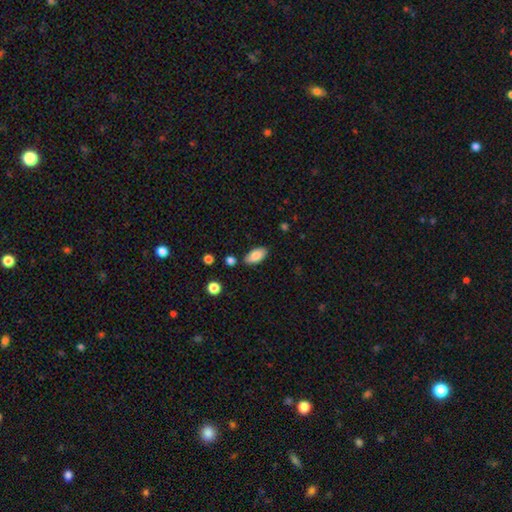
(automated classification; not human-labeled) The model was most divided on "merging": none: 82%, minor disturbance: 12%, merger: 4%, major disturbance: 2%. More confident: how rounded — in between (92%); smooth or featured — smooth (84%).